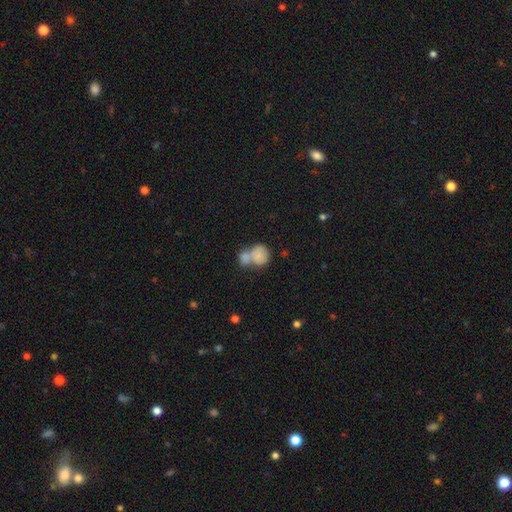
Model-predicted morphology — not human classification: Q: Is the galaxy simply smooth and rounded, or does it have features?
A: smooth — 78%.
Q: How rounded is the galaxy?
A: round — 72%.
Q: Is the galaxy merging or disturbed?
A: merger — 62%.